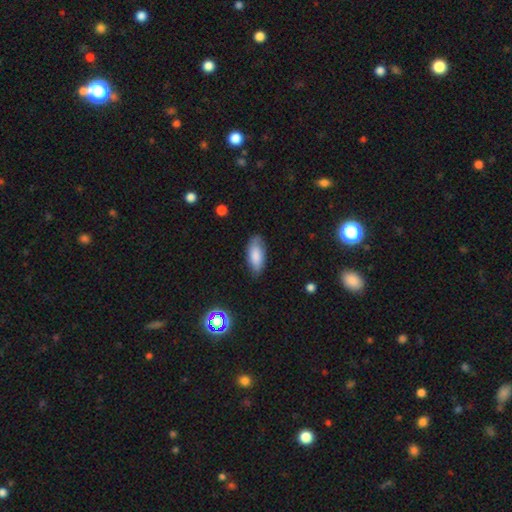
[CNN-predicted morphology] The model was most divided on "merging": none: 76%, minor disturbance: 19%, major disturbance: 4%, merger: 1%. More confident: how rounded — in between (86%); smooth or featured — smooth (80%).